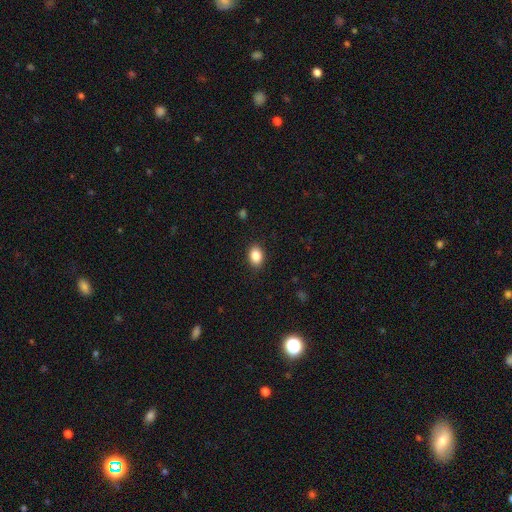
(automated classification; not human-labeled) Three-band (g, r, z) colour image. It shows a smooth galaxy with no disk features (87%) that is in between round and cigar-shaped (78%). Merging: none (89%).